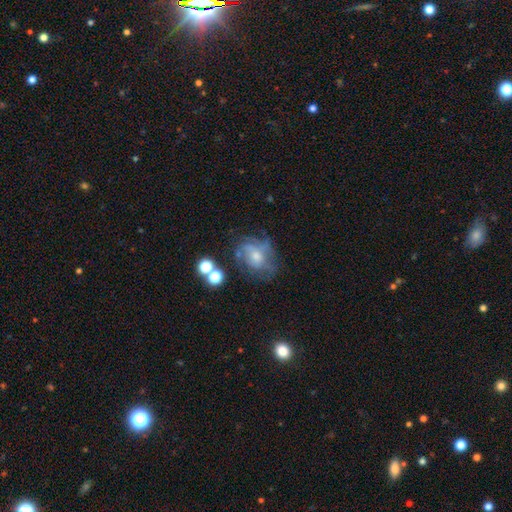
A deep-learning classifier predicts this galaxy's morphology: A featured or disk galaxy (53%) with no bar (80%), spiral arms (58%) and a moderate central bulge (46%). Merging: none (45%).